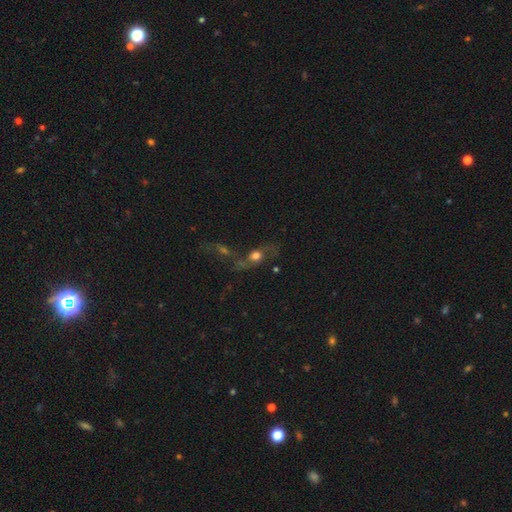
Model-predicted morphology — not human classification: Overall: smooth (42%; featured or disk 41%). Merging: merger (43%; none 30%).